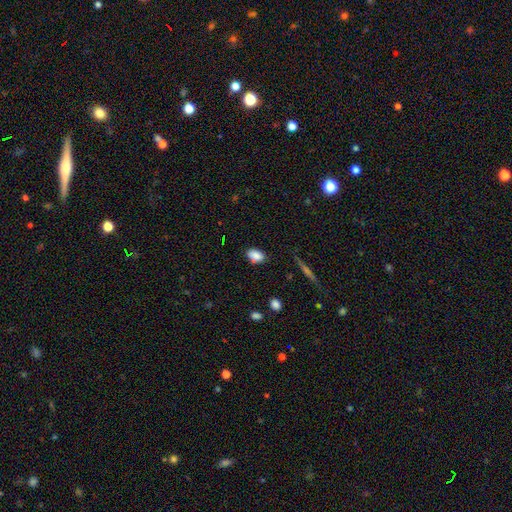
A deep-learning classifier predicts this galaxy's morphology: This is clearly a smooth galaxy (83%). How rounded: clearly in between (86%). Merging: likely none (75%).